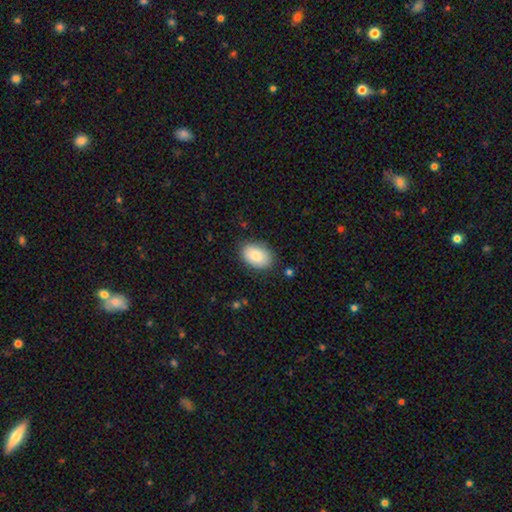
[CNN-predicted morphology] Smooth or featured? smooth (84%)
How rounded? in between (86%)
Merging? none (83%)